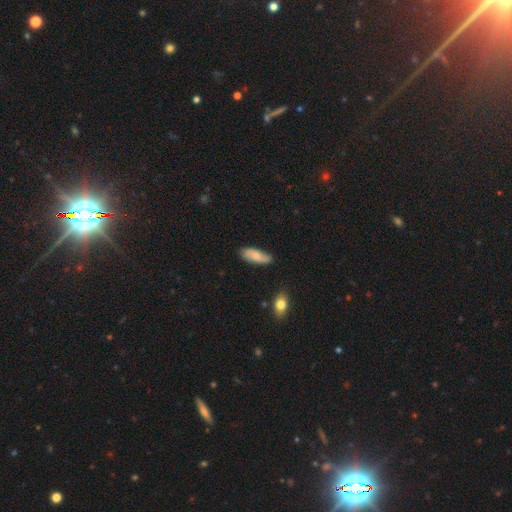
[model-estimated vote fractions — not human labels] Q: Smooth or featured?
A: smooth (69%); runner-up: featured or disk (25%)
Q: How rounded?
A: in between (71%); runner-up: cigar-shaped (26%)
Q: Merging?
A: none (78%); runner-up: minor disturbance (17%)